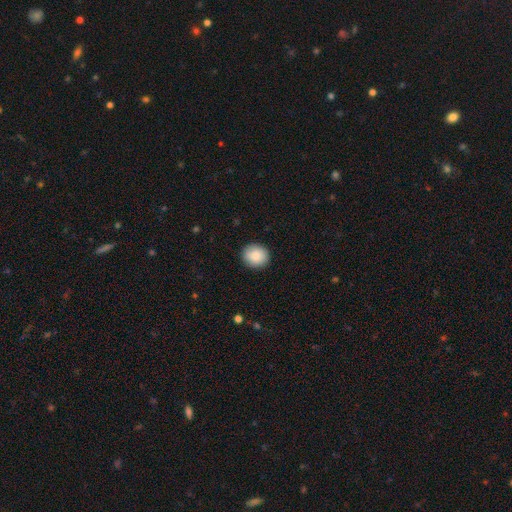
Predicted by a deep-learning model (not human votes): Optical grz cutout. It shows a smooth galaxy with no disk features (88%) that is round (76%). Merging: none (90%).